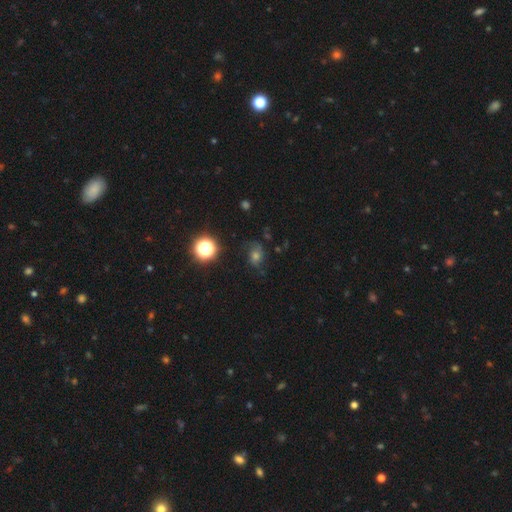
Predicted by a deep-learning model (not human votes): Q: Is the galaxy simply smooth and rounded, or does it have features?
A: smooth — 39%.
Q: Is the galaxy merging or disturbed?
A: none — 61%.